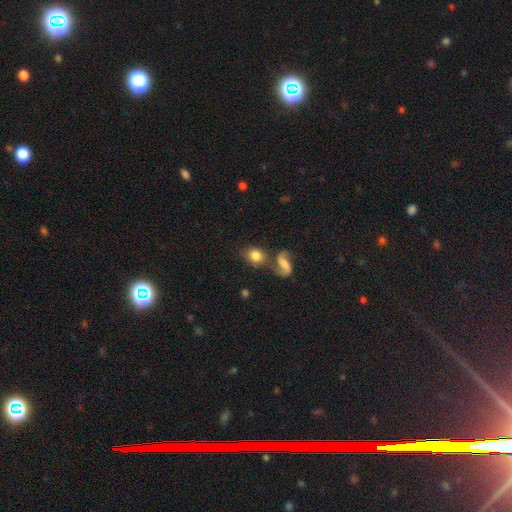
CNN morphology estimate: Q: Smooth or featured?
A: smooth (73%); runner-up: featured or disk (18%)
Q: How rounded?
A: in between (52%); runner-up: round (46%)
Q: Merging?
A: none (51%); runner-up: merger (29%)